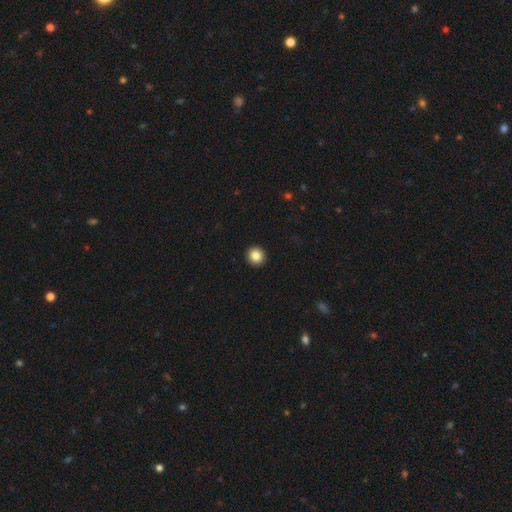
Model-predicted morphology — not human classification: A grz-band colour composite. It shows a smooth galaxy with no disk features (86%) that is round (92%). Merging: none (94%).